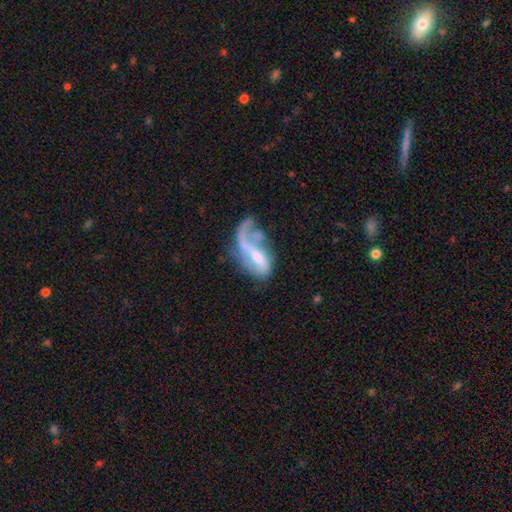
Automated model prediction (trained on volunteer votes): featured or disk 65%, smooth 27%, star or artifact 8%. Down the decision tree: edge-on disk — no (93%); bar — weak (40%); spiral arms — yes (62%); bulge size — moderate (43%); merging — major disturbance (47%).